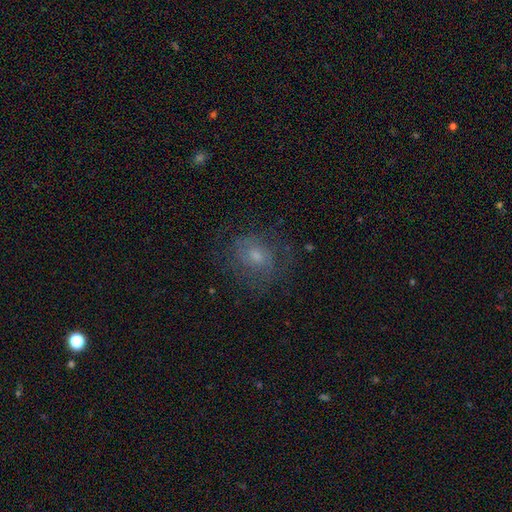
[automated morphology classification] Smooth or featured? featured or disk (50%)
Merging? none (67%)